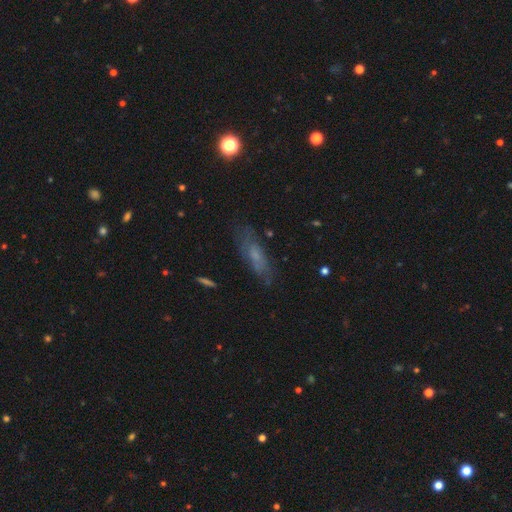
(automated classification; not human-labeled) This appears to be a featured or disk galaxy (44%). Merging: none (73%).